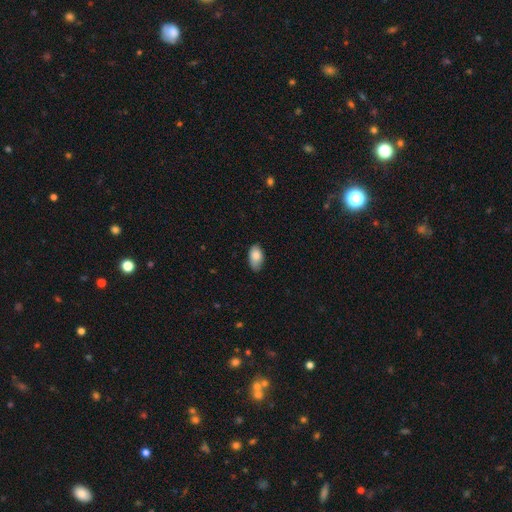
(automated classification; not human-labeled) A smooth galaxy with no disk features (83%) that is in between round and cigar-shaped (93%).

Vote fractions:
- Smooth or featured? smooth: 83% / featured or disk: 10% / star or artifact: 7%
- How rounded? in between: 93% / round: 5% / cigar-shaped: 2%
- Merging? none: 70% / minor disturbance: 25% / major disturbance: 4% / merger: 1%